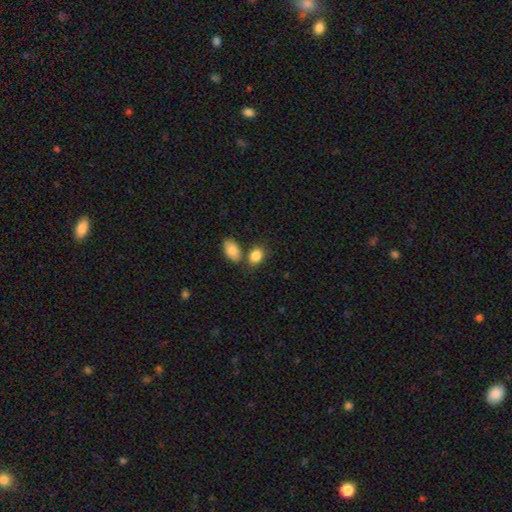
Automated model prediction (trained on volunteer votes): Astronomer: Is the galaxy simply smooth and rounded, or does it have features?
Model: smooth — 87%.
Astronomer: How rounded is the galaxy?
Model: in between — 78%.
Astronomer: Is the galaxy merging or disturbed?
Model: none — 57%.